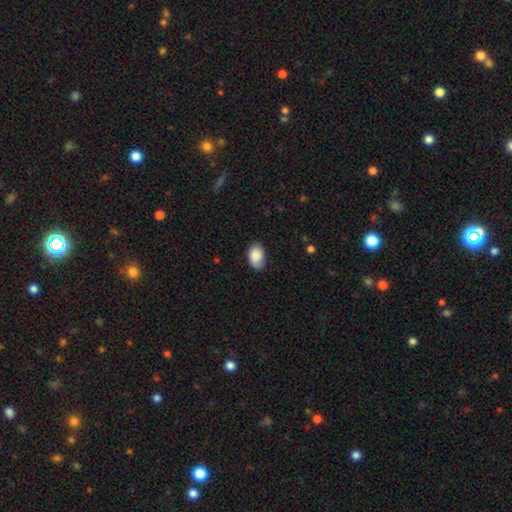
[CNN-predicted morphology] smooth_or_featured: smooth (p=0.85) [alt: featured or disk p=0.09]
how_rounded: in between (p=0.92) [alt: round p=0.07]
merging: none (p=0.78) [alt: minor disturbance p=0.17]